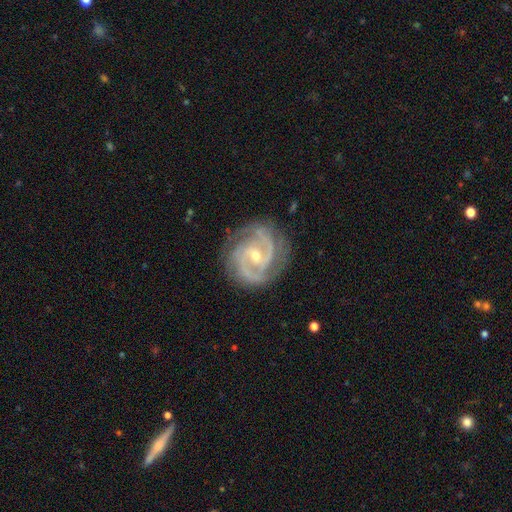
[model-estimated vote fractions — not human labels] The model was most divided on "bar": weak: 41%, no: 39%, strong: 19%. More confident: spiral arms — yes (98%); edge-on disk — no (98%); smooth or featured — featured or disk (92%); merging — none (79%); spiral arm count — 2 (66%); bulge size — small (57%); spiral winding — tight (54%).